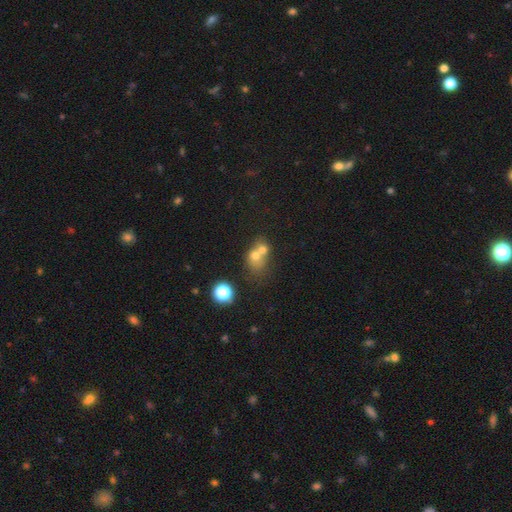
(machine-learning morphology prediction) Smooth or featured? smooth (64%)
How rounded? round (65%)
Merging? merger (62%)